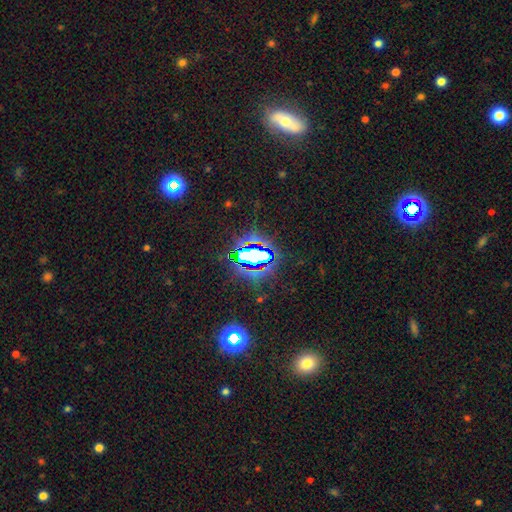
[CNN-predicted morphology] smooth-or-featured: star or artifact: 71% | smooth: 17% | featured or disk: 12%